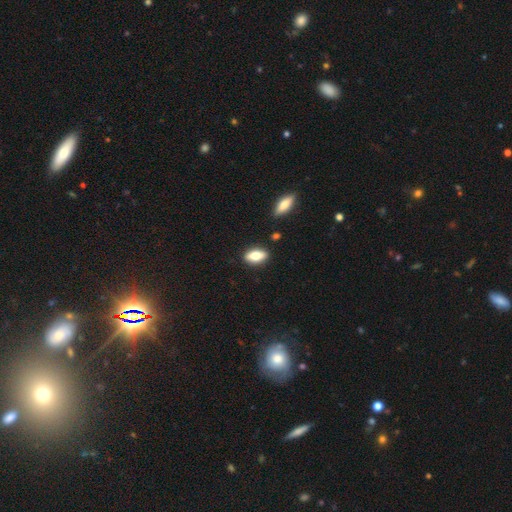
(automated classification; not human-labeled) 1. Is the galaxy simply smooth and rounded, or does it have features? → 73% smooth, 20% featured or disk, 7% star or artifact.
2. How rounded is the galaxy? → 84% in between, 11% cigar-shaped, 5% round.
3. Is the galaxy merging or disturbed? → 85% none, 9% minor disturbance, 3% merger, 2% major disturbance.